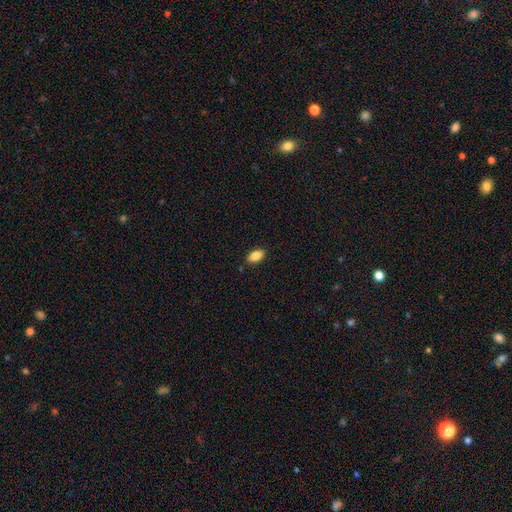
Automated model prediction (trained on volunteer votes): smooth_or_featured: smooth (p=0.86) [alt: star or artifact p=0.08]
how_rounded: in between (p=0.92) [alt: round p=0.05]
merging: none (p=0.88) [alt: minor disturbance p=0.09]